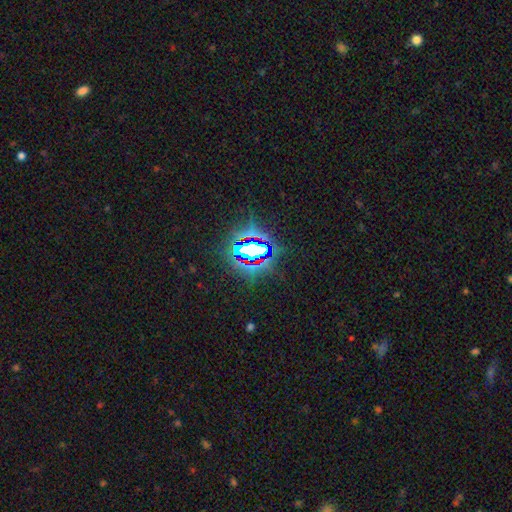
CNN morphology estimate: A star or artifact, not a galaxy (74%).

Vote fractions:
- Smooth or featured? star or artifact: 74% / smooth: 15% / featured or disk: 11%